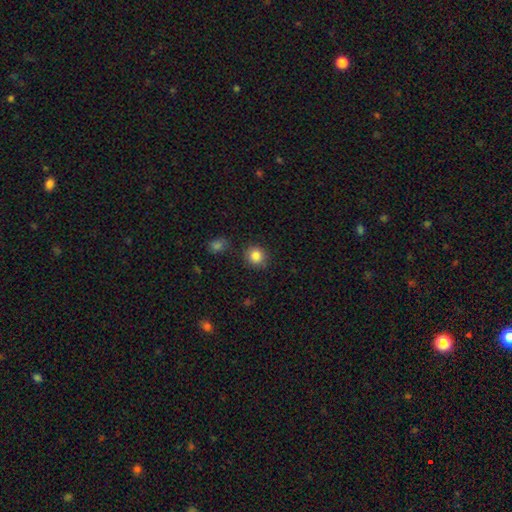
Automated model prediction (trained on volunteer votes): smooth 85%, star or artifact 10%, featured or disk 5%. Down the decision tree: how rounded — round (89%); merging — none (86%).